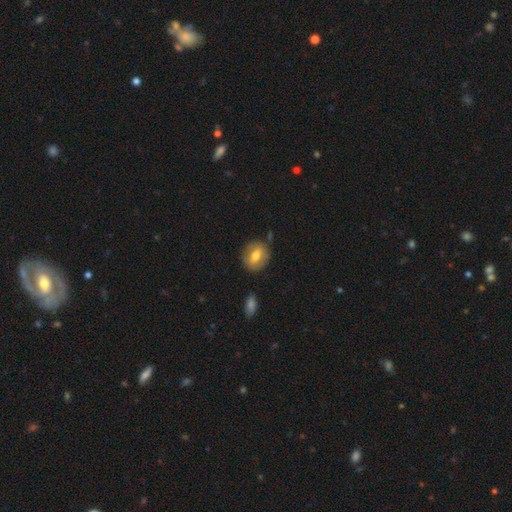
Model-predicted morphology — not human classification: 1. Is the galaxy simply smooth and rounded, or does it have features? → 62% smooth, 31% featured or disk, 7% star or artifact.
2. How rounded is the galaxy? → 64% round, 34% in between, 2% cigar-shaped.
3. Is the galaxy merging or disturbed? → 80% none, 13% minor disturbance, 3% major disturbance, 3% merger.